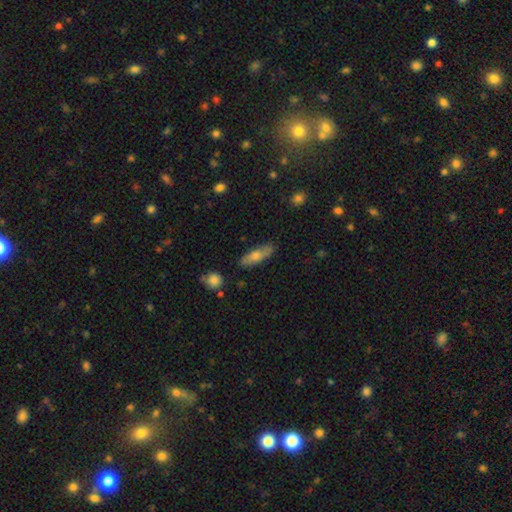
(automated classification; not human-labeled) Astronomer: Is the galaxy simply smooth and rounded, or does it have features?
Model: smooth — 62%.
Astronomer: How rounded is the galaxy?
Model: in between — 52% (runner-up: cigar-shaped, 45%).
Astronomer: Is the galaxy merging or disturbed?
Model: none — 80%.